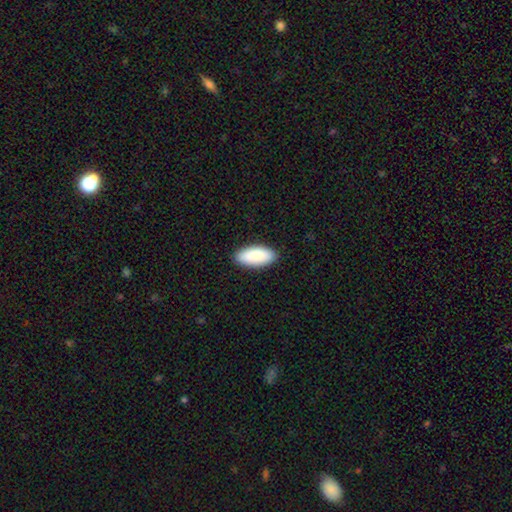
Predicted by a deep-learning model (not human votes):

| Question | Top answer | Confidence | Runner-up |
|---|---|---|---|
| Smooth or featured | smooth | 86% | featured or disk (9%) |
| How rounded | in between | 89% | cigar-shaped (9%) |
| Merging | none | 89% | minor disturbance (9%) |